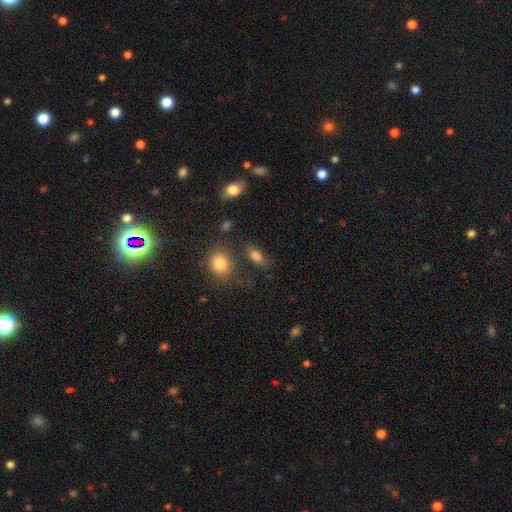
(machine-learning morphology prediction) This appears to be a smooth galaxy with no disk features (80%) that is in between round and cigar-shaped (80%). Merging: none (62%).